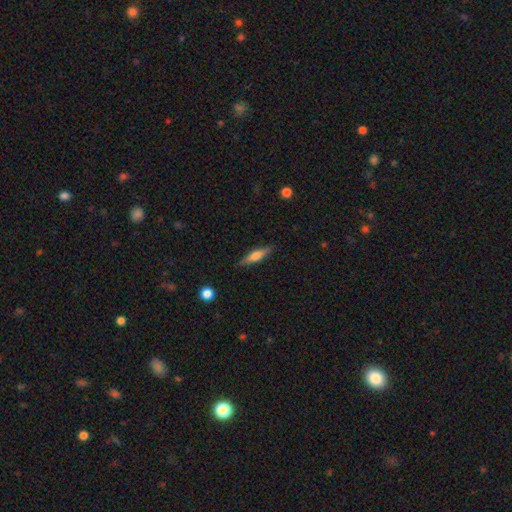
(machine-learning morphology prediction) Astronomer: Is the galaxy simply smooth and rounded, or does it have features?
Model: smooth — 48% (runner-up: featured or disk, 45%).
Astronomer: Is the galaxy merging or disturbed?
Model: none — 87%.